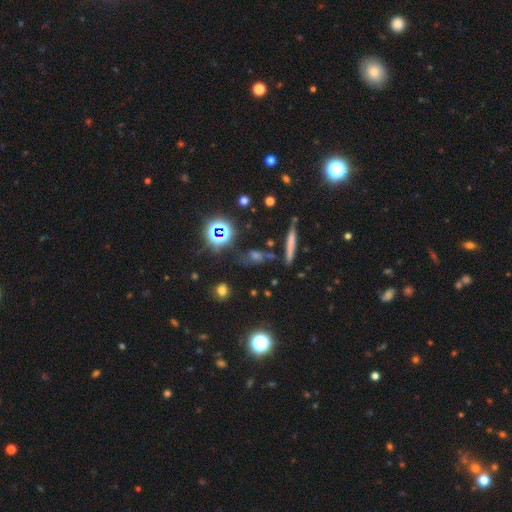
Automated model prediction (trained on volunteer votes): The model was most divided on "smooth or featured": smooth: 48%, star or artifact: 32%, featured or disk: 20%. More confident: merging — none (73%).